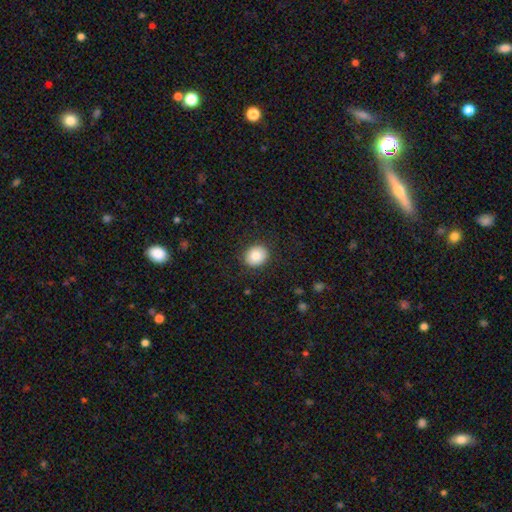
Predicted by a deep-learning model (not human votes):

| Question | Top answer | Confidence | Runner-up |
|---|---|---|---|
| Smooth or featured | smooth | 81% | featured or disk (10%) |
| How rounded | round | 67% | in between (32%) |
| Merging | none | 88% | minor disturbance (8%) |